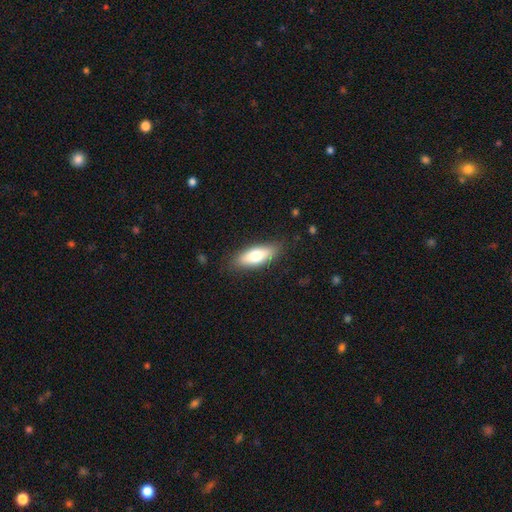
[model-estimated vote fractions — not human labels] A smooth galaxy with no disk features (73%) that is in between round and cigar-shaped (70%).

Vote fractions:
- Smooth or featured? smooth: 73% / featured or disk: 21% / star or artifact: 6%
- How rounded? in between: 70% / cigar-shaped: 28% / round: 2%
- Merging? none: 84% / minor disturbance: 12% / major disturbance: 3% / merger: 1%